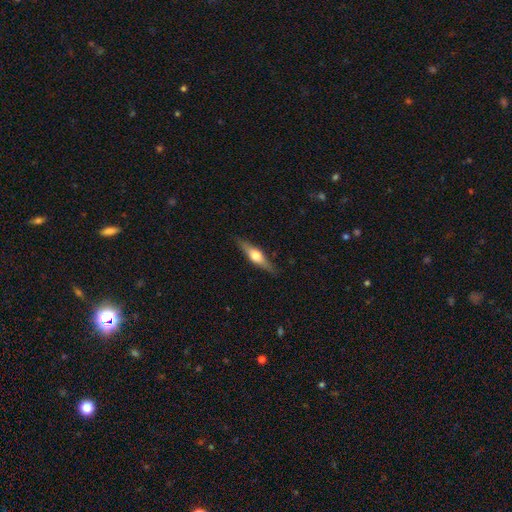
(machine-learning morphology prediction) Smooth or featured: featured or disk — 60% (smooth — 35%)
Edge-on disk: yes — 95% (no — 5%)
Edge-on bulge: rounded — 94% (boxy — 4%)
Merging: none — 87% (minor disturbance — 10%)